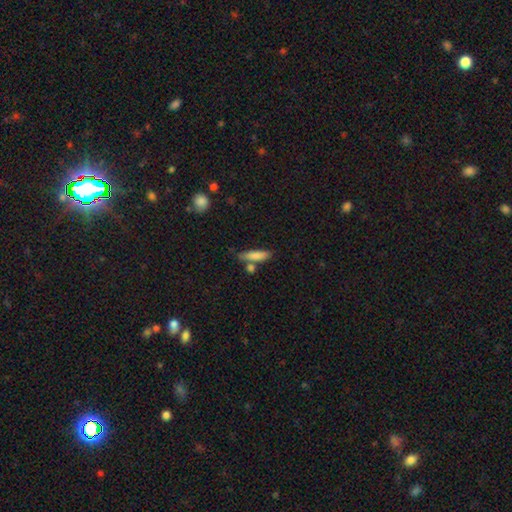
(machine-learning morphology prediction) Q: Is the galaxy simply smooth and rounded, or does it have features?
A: smooth — 82%.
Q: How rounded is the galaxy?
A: cigar-shaped — 68%.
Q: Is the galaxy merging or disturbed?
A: none — 65%.